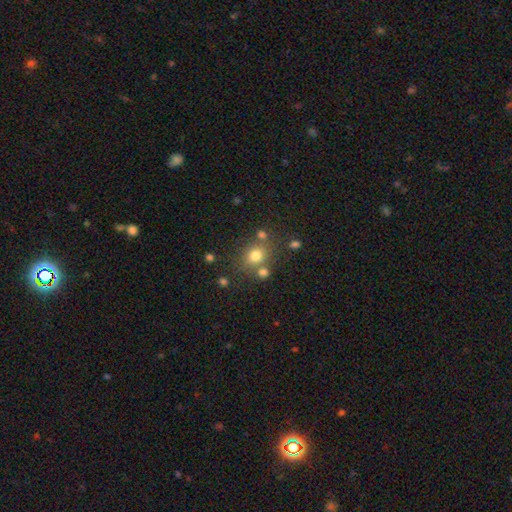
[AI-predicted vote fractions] smooth_or_featured: smooth (p=0.75) [alt: star or artifact p=0.15]
how_rounded: round (p=0.69) [alt: in between p=0.30]
merging: none (p=0.68) [alt: merger p=0.15]